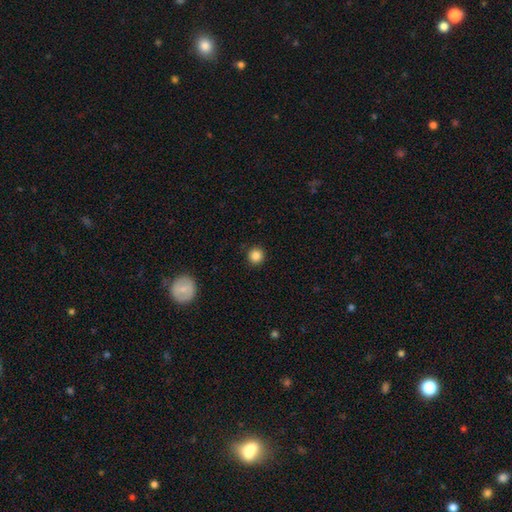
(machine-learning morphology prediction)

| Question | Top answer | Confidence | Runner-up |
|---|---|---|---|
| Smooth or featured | smooth | 85% | star or artifact (11%) |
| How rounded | round | 95% | in between (4%) |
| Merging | none | 92% | minor disturbance (5%) |